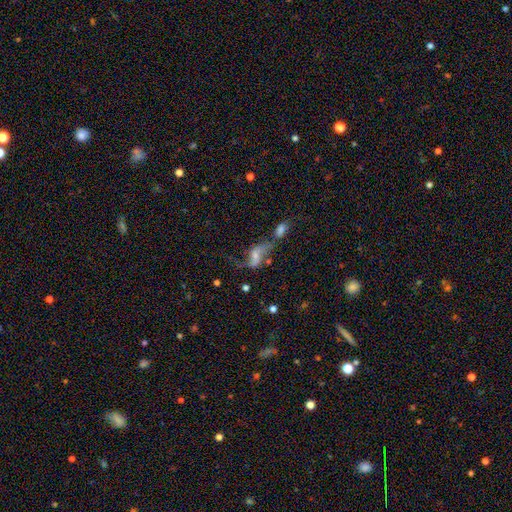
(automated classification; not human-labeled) This appears to be a featured or disk galaxy (63%) with no bar (48%), spiral arms (77%) and a small central bulge (42%). Merging: merger (44%).